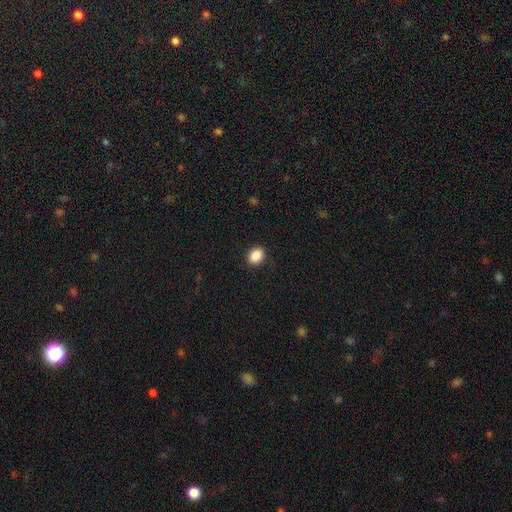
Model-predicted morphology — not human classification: A smooth galaxy with no disk features (89%) that is in between round and cigar-shaped (57%). Merging: none (90%).